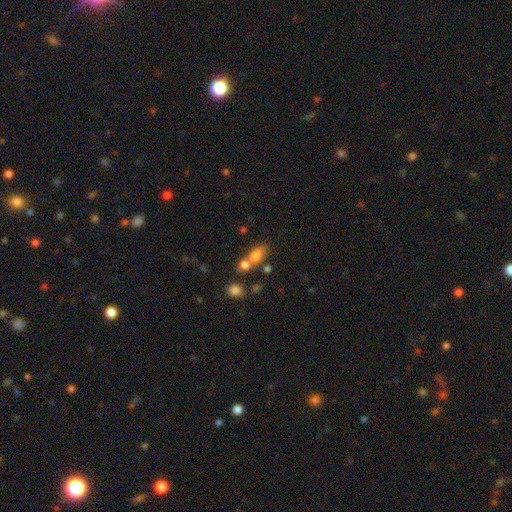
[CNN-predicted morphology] Overall: smooth (75%). How rounded: in between (73%). Merging: merger (47%; none 37%).